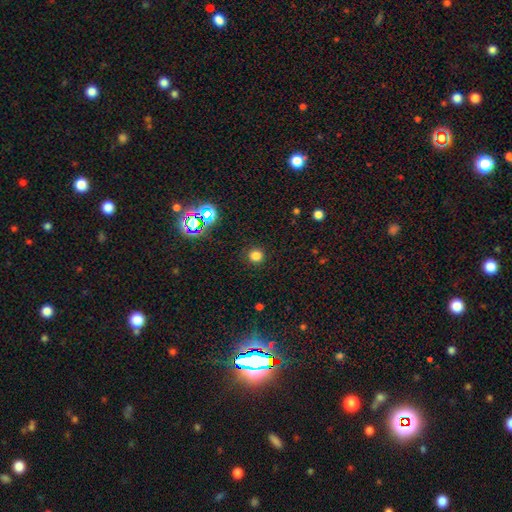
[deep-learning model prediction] smooth_or_featured: smooth (p=0.78) [alt: star or artifact p=0.18]
how_rounded: round (p=0.92) [alt: in between p=0.07]
merging: none (p=0.90) [alt: minor disturbance p=0.06]